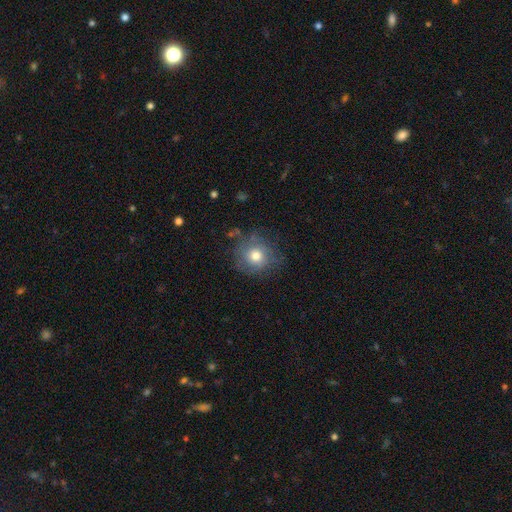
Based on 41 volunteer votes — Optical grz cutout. It shows a smooth galaxy with no disk features (59%) that is round (96%). Merging: none (79%).